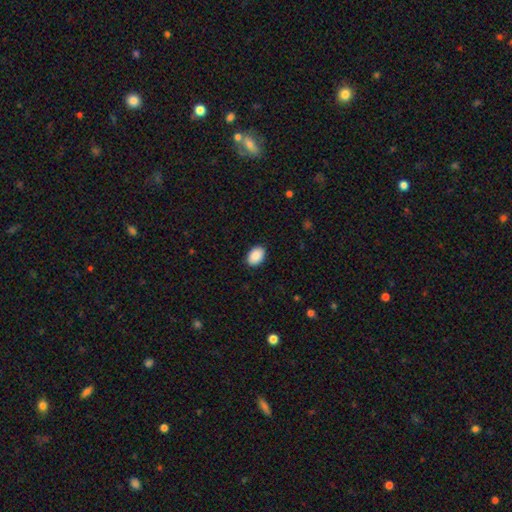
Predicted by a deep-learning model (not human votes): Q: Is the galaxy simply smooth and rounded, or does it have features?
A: smooth — 90%.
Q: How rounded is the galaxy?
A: in between — 83%.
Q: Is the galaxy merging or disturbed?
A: none — 90%.